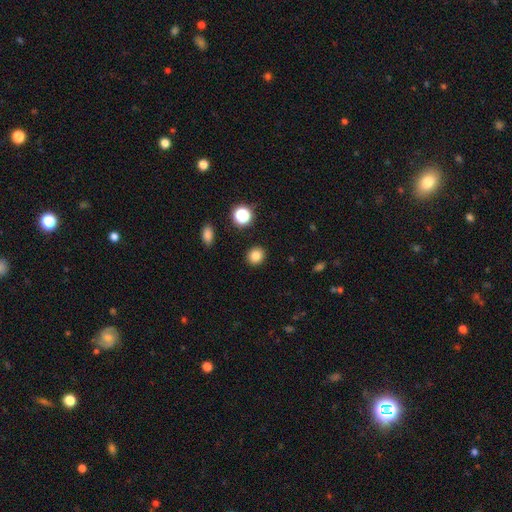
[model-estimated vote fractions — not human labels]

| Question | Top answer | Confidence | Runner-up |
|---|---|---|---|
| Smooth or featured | smooth | 83% | star or artifact (12%) |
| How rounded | round | 81% | in between (18%) |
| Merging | none | 90% | minor disturbance (6%) |